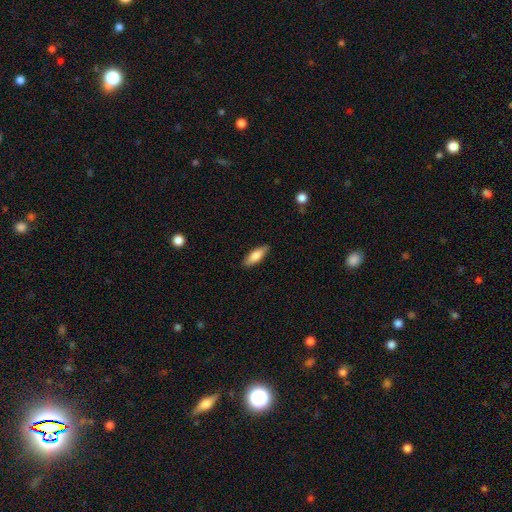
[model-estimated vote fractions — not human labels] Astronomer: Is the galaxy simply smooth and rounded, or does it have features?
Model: smooth — 79%.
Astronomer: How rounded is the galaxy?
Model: in between — 60% (runner-up: cigar-shaped, 38%).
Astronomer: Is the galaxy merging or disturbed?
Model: none — 87%.